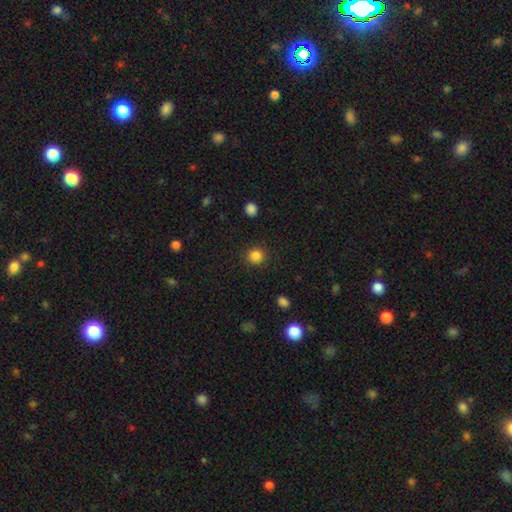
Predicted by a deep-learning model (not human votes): smooth_or_featured: smooth (p=0.84) [alt: star or artifact p=0.12]
how_rounded: round (p=0.92) [alt: in between p=0.07]
merging: none (p=0.90) [alt: minor disturbance p=0.06]